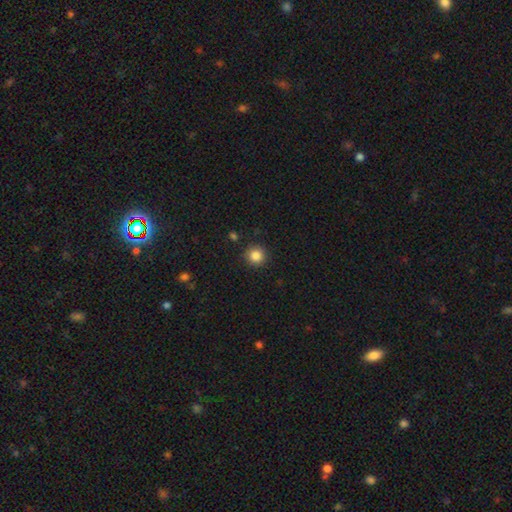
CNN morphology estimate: smooth 85%, star or artifact 10%, featured or disk 4%. Down the decision tree: how rounded — round (94%); merging — none (91%).